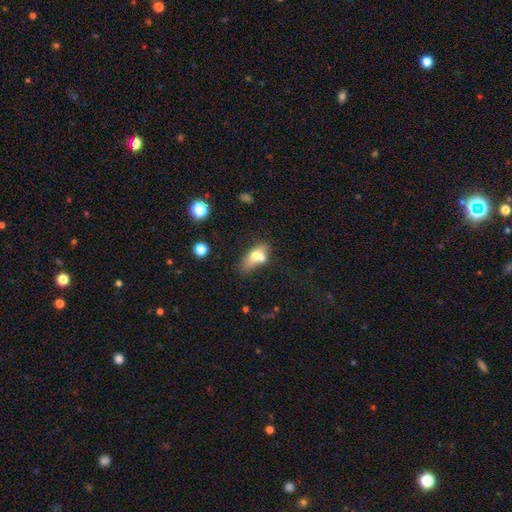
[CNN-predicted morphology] smooth 62%, featured or disk 29%, star or artifact 9%. Down the decision tree: how rounded — in between (74%); merging — merger (42%).